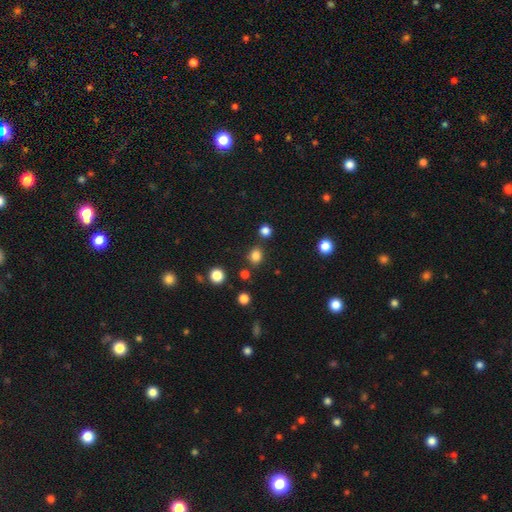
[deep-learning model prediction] smooth-or-featured: smooth: 82% | star or artifact: 14% | featured or disk: 4%
  how-rounded: round: 67% | in between: 32% | cigar-shaped: 1%
  merging: none: 82% | minor disturbance: 9% | merger: 6% | major disturbance: 3%